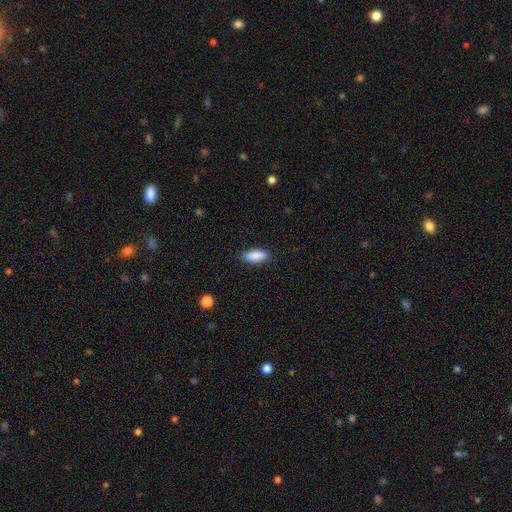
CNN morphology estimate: smooth_or_featured: smooth (p=0.87) [alt: featured or disk p=0.07]
how_rounded: in between (p=0.81) [alt: cigar-shaped p=0.17]
merging: none (p=0.84) [alt: minor disturbance p=0.13]